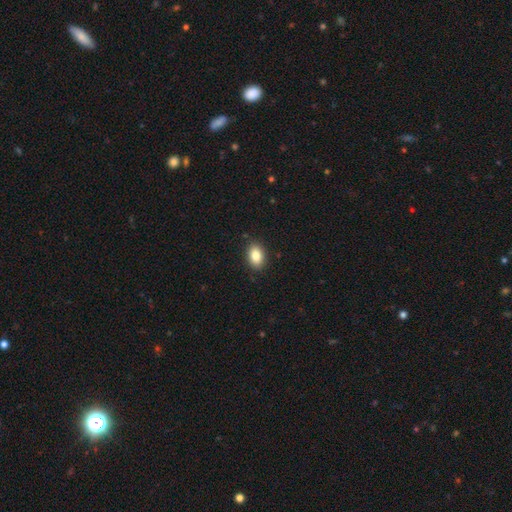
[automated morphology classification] type=smooth (85%); roundness=in between (87%); merging=none (88%).